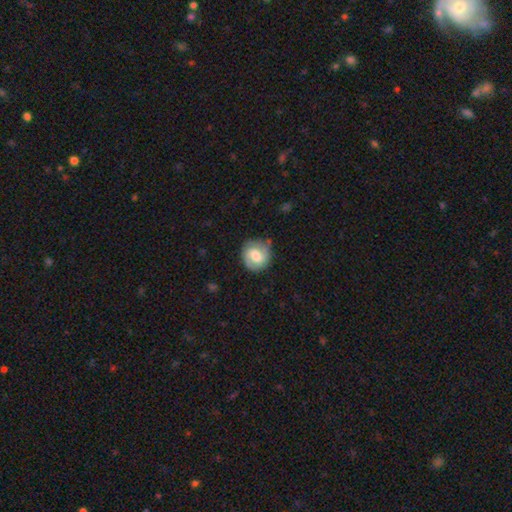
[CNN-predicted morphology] Smooth or featured? Predicted: featured or disk (p=0.56). Edge-on disk? Predicted: no (p=0.98). Bar? Predicted: weak (p=0.53). Spiral arms? Predicted: yes (p=0.86). Bulge size? Predicted: moderate (p=0.57). Merging? Predicted: none (p=0.75).